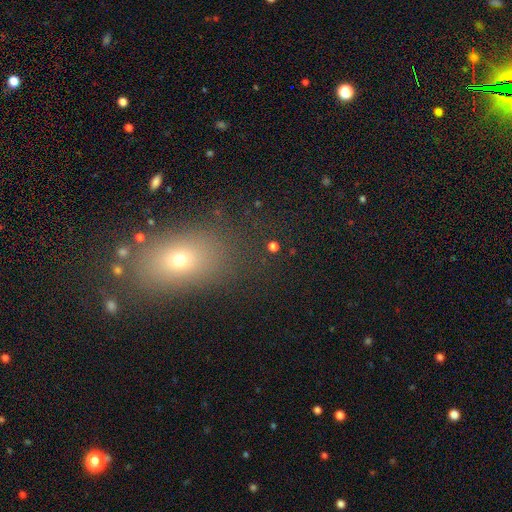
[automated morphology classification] type=smooth (58%); roundness=in between (69%); merging=none (81%).